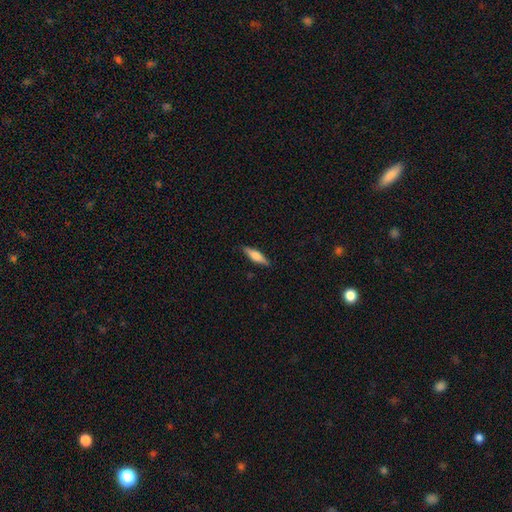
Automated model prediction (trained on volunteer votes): A smooth galaxy with no disk features (58%) that is cigar-shaped (71%). Merging: none (88%).